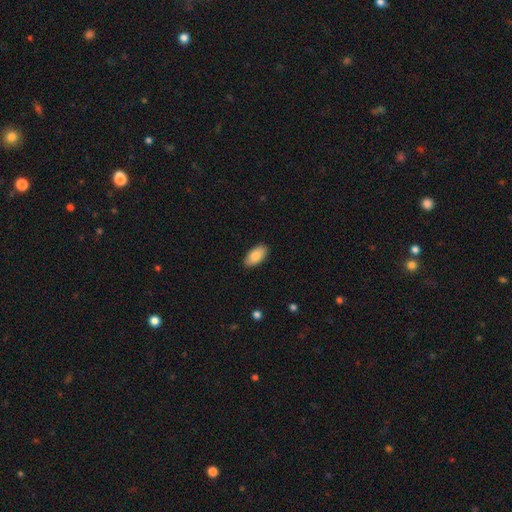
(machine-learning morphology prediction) Smooth or featured: smooth — 88% (star or artifact — 6%)
How rounded: in between — 95% (cigar-shaped — 3%)
Merging: none — 89% (minor disturbance — 9%)